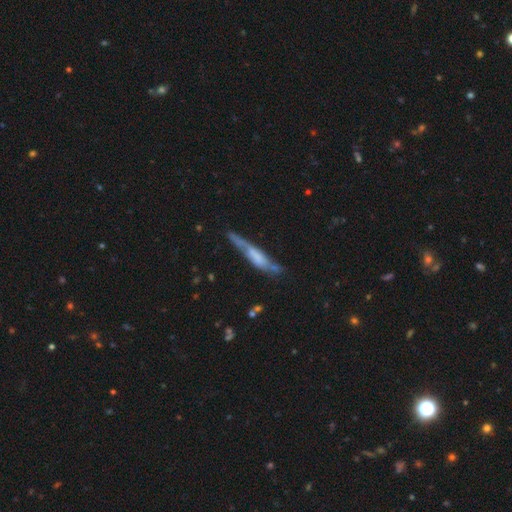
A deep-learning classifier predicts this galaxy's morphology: featured or disk 57%, smooth 35%, star or artifact 8%. Down the decision tree: edge-on disk — yes (74%); merging — none (53%).